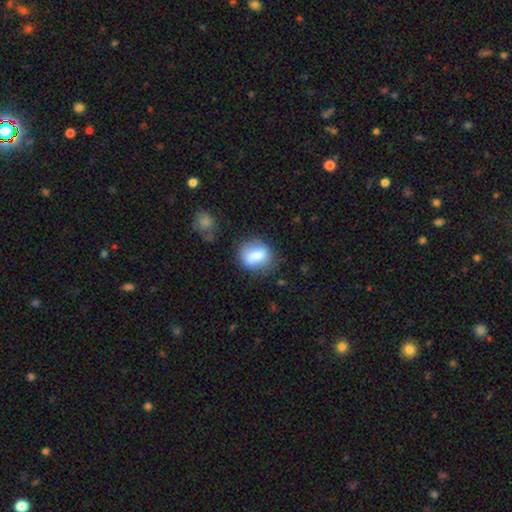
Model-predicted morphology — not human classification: This is likely a smooth galaxy (78%). How rounded: possibly round (53%). Merging: likely none (68%).